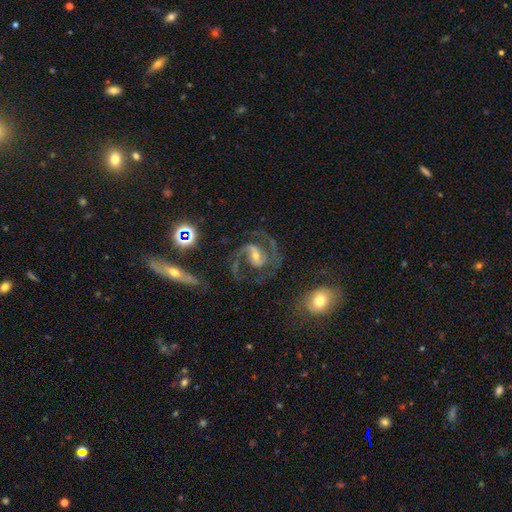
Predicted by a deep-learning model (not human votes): Smooth or featured? featured or disk (89%)
Edge-on disk? no (98%)
Bar? weak (46%)
Spiral arms? yes (98%)
Spiral winding? medium (65%)
Spiral arm count? 2 (87%)
Bulge size? moderate (48%)
Merging? none (68%)